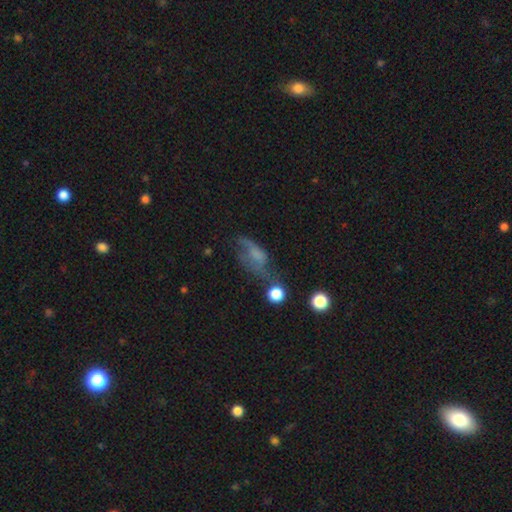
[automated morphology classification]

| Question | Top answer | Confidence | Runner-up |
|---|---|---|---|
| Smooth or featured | smooth | 42% | featured or disk (40%) |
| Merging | major disturbance | 35% | none (32%) |